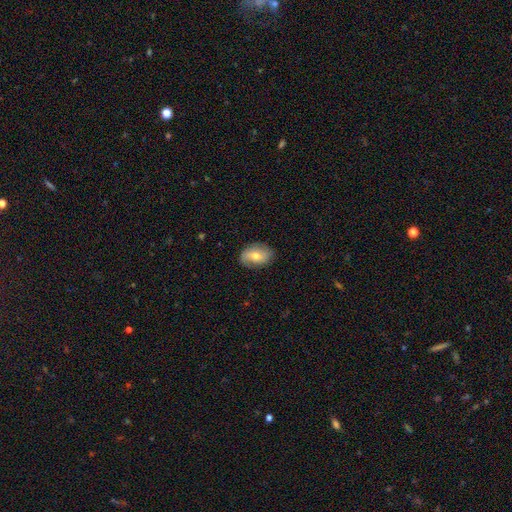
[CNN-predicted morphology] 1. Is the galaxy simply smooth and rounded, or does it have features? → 56% smooth, 36% featured or disk, 8% star or artifact.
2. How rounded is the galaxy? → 83% in between, 16% round, 2% cigar-shaped.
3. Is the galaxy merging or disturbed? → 80% none, 16% minor disturbance, 4% major disturbance, 1% merger.